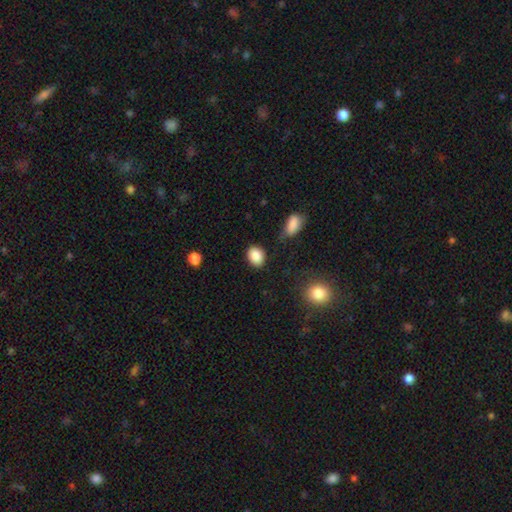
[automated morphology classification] This appears to be a smooth galaxy with no disk features (87%) that is in between round and cigar-shaped (61%). Merging: none (80%).